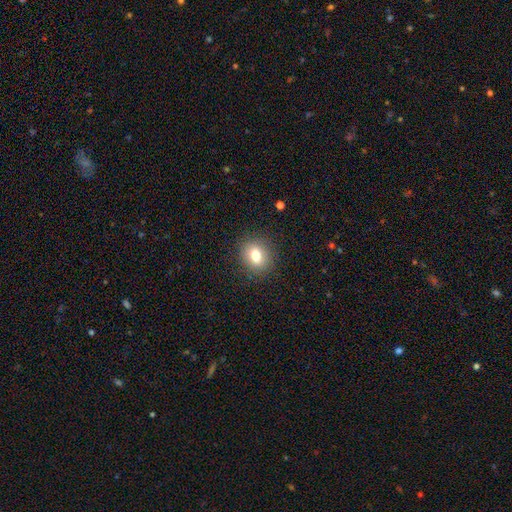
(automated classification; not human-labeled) A smooth galaxy with no disk features (78%) that is round (59%).

Vote fractions:
- Smooth or featured? smooth: 78% / featured or disk: 11% / star or artifact: 10%
- How rounded? round: 59% / in between: 40% / cigar-shaped: 1%
- Merging? none: 88% / minor disturbance: 8% / major disturbance: 3% / merger: 1%